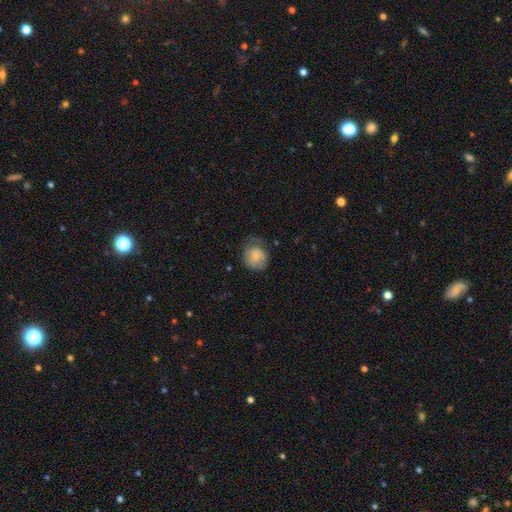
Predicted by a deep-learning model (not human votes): This is likely a smooth galaxy (76%). How rounded: likely round (72%). Merging: possibly none (50%).